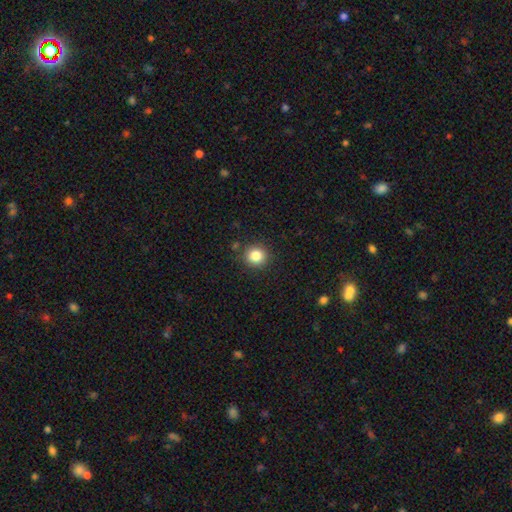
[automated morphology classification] Overall: smooth (84%). How rounded: round (91%). Merging: none (88%).